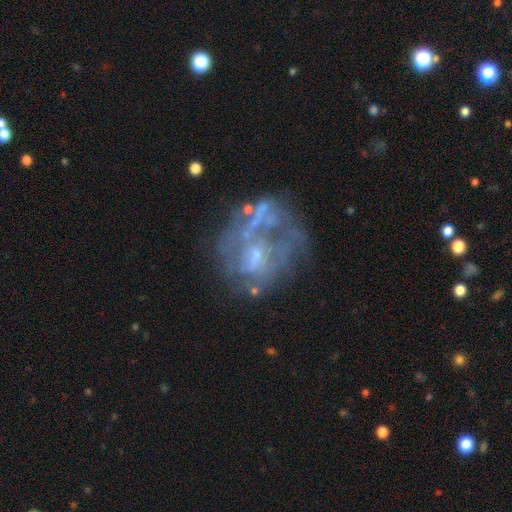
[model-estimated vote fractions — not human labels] Smooth or featured? featured or disk (66%)
Edge-on disk? no (98%)
Bar? no (72%)
Spiral arms? no (75%)
Bulge size? small (41%)
Merging? none (36%)